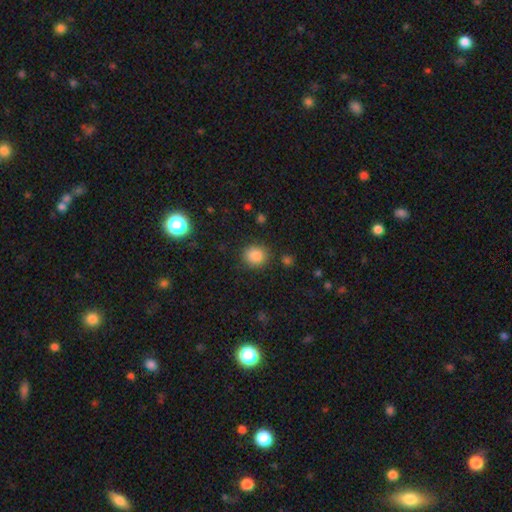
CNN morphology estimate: smooth-or-featured: smooth: 85% | star or artifact: 11% | featured or disk: 4%
  how-rounded: round: 79% | in between: 20% | cigar-shaped: 1%
  merging: none: 85% | minor disturbance: 9% | major disturbance: 3% | merger: 2%